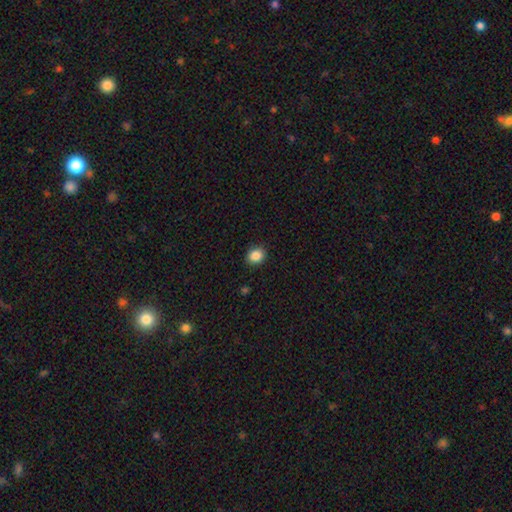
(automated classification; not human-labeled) This is clearly a smooth galaxy (87%). How rounded: likely round (65%). Merging: clearly none (90%).